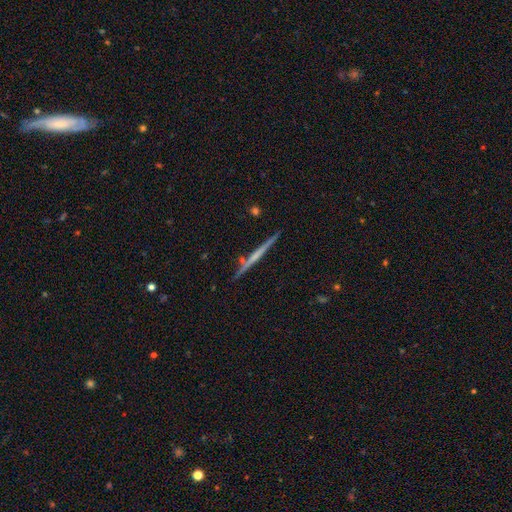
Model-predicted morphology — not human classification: smooth_or_featured: featured or disk (p=0.62) [alt: smooth p=0.32]
disk_edge_on: yes (p=0.98) [alt: no p=0.02]
edge_on_bulge: none (p=0.76) [alt: rounded p=0.16]
merging: none (p=0.86) [alt: minor disturbance p=0.09]